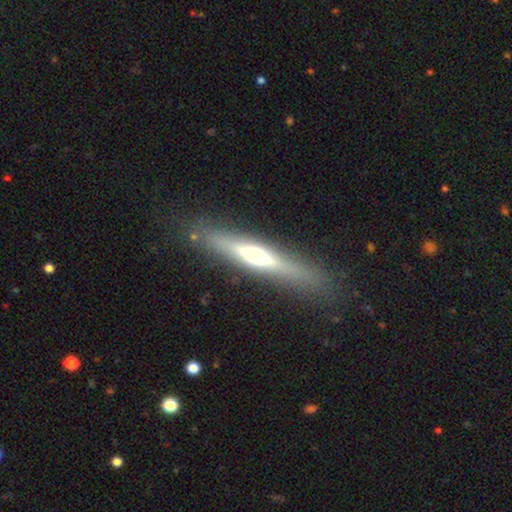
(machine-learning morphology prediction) This appears to be a featured or disk galaxy (59%) viewed edge-on (92%) with a rounded central bulge (82%). Merging: none (86%).